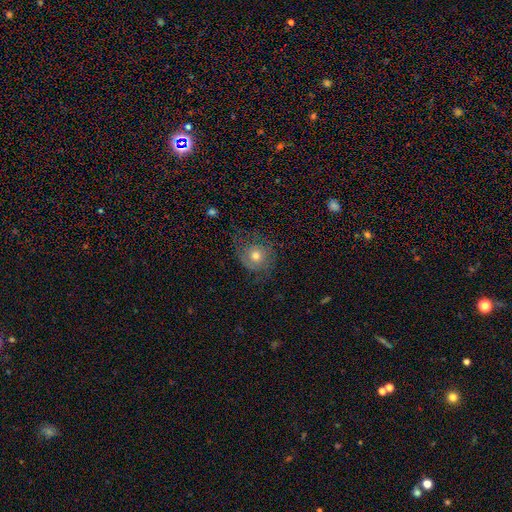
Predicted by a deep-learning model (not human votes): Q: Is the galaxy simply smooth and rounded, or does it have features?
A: smooth — 49%.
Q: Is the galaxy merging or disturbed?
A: none — 58%.